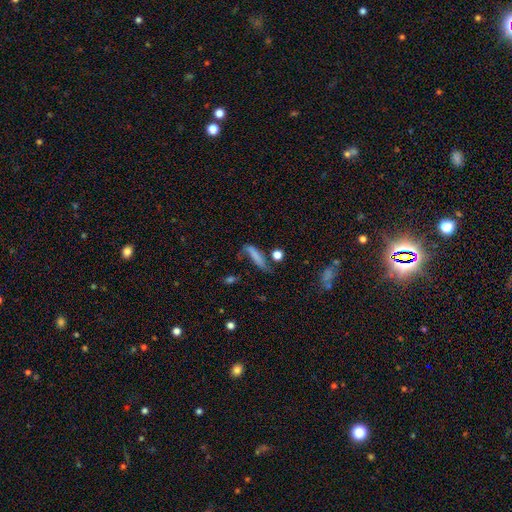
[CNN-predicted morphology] Smooth or featured? Predicted: smooth (p=0.64). How rounded? Predicted: cigar-shaped (p=0.60). Merging? Predicted: none (p=0.39).